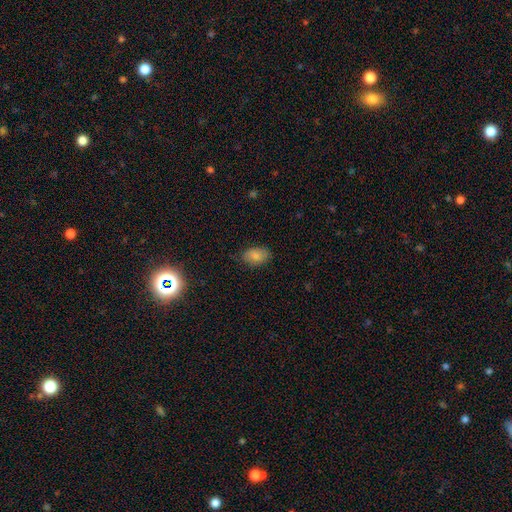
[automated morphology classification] Smooth or featured? Predicted: smooth (p=0.83). How rounded? Predicted: in between (p=0.88). Merging? Predicted: none (p=0.75).